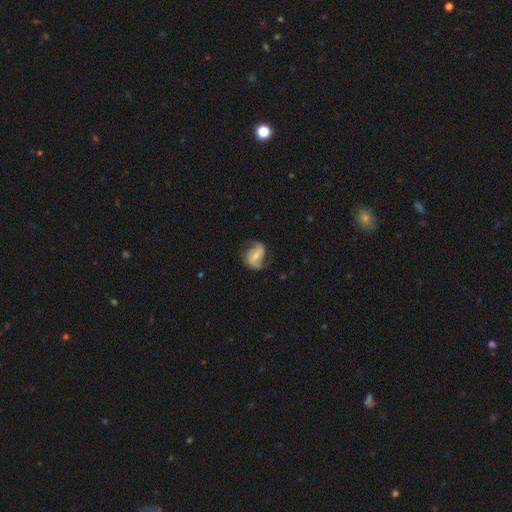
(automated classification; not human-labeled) Morphology: type=featured or disk (72%); edge-on=no (96%); bar=weak (39%); spiral arms=yes (89%); winding=loose (49%); arm count=2 (85%); bulge=small (49%); merging=none (62%).